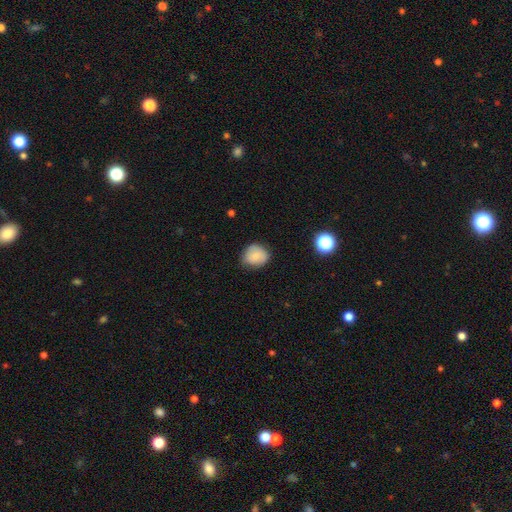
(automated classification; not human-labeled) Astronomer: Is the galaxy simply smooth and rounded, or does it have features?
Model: smooth — 82%.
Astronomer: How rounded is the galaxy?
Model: round — 74%.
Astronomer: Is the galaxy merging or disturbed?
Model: none — 74%.